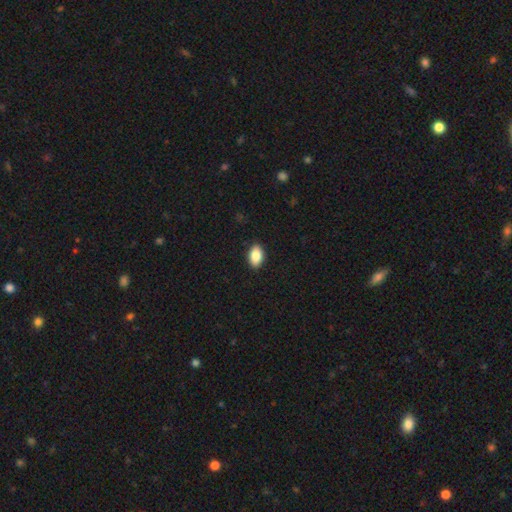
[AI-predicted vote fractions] A smooth galaxy with no disk features (86%) that is in between round and cigar-shaped (90%). Merging: none (90%).